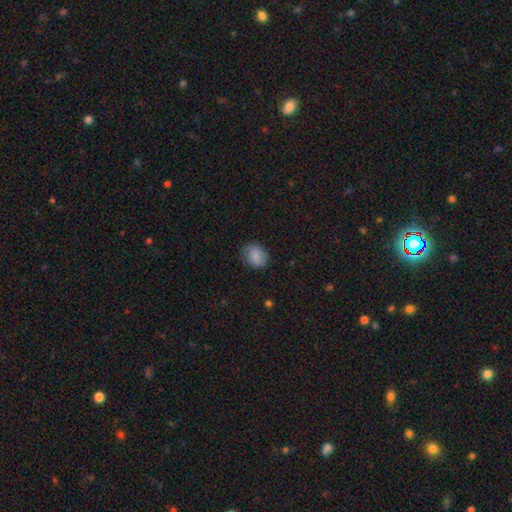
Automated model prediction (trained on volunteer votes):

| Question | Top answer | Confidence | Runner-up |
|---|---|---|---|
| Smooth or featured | smooth | 85% | star or artifact (8%) |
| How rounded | round | 54% | in between (45%) |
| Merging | none | 74% | minor disturbance (20%) |